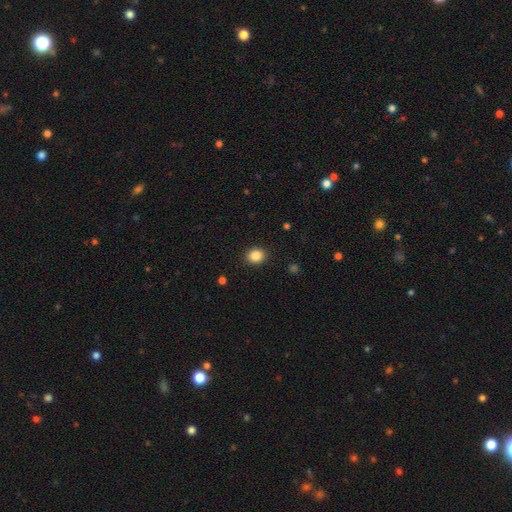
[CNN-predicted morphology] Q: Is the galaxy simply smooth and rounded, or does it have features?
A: smooth — 86%.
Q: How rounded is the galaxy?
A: round — 63%.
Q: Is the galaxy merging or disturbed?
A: none — 90%.